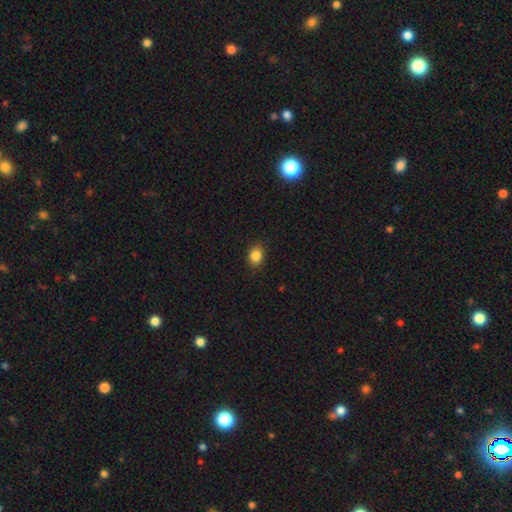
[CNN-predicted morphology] smooth-or-featured: smooth: 86% | star or artifact: 10% | featured or disk: 4%
  how-rounded: in between: 55% | round: 44% | cigar-shaped: 1%
  merging: none: 88% | minor disturbance: 9% | major disturbance: 2% | merger: 1%